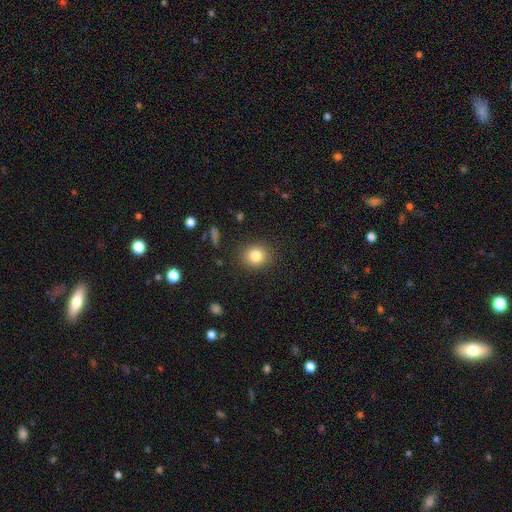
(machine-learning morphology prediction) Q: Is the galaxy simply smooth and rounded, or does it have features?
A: smooth — 82%.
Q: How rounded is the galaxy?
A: round — 74%.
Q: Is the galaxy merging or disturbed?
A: none — 88%.